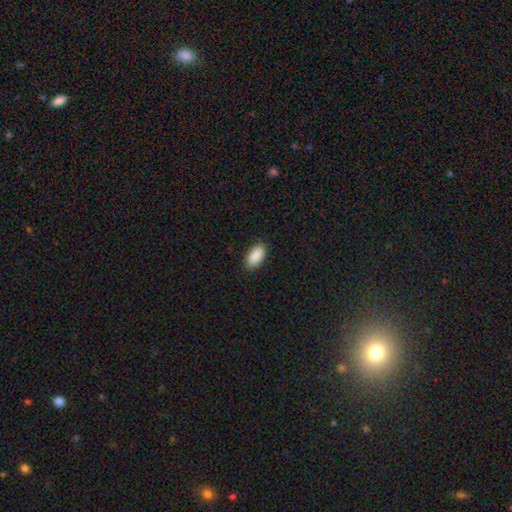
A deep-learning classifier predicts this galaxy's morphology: This is clearly a smooth galaxy (91%). How rounded: clearly in between (94%). Merging: clearly none (89%).